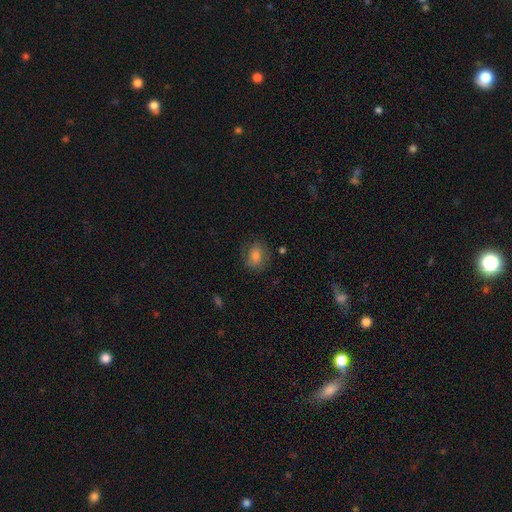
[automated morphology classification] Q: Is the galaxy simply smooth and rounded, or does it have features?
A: smooth — 73%.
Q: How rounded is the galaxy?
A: round — 58%.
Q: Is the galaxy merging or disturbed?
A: none — 79%.